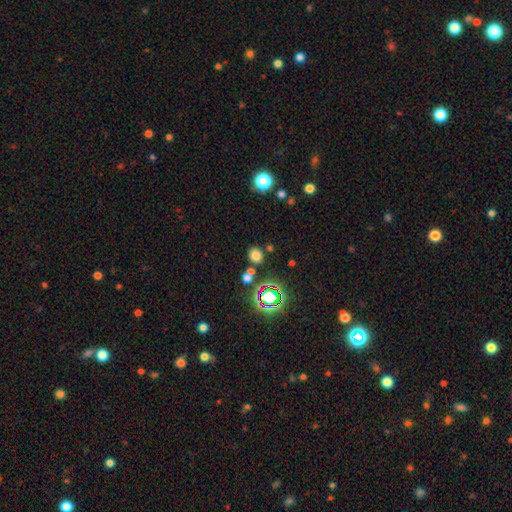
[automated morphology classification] smooth_or_featured: smooth (p=0.70) [alt: star or artifact p=0.23]
how_rounded: round (p=0.57) [alt: in between p=0.42]
merging: none (p=0.75) [alt: merger p=0.12]